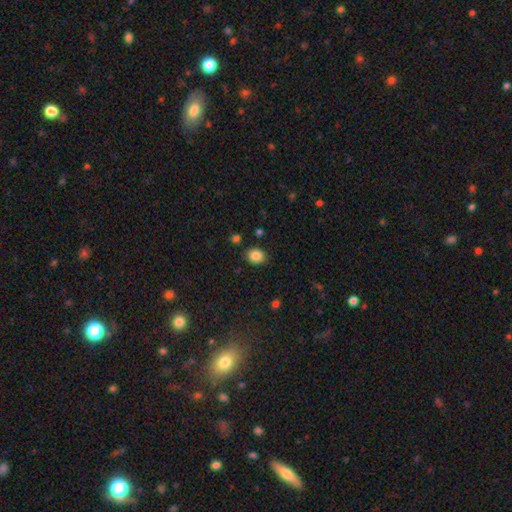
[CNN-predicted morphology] A smooth galaxy with no disk features (86%) that is round (61%). Merging: none (85%).